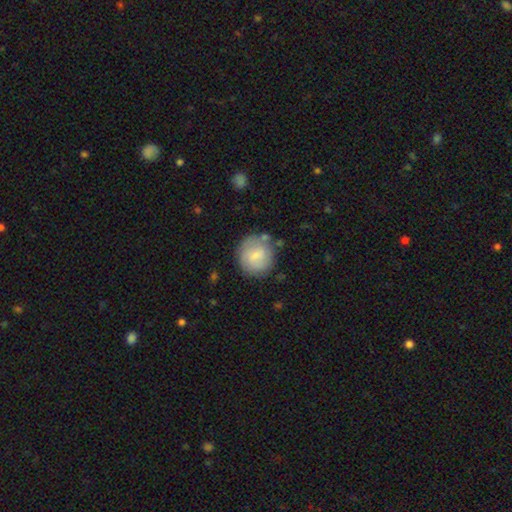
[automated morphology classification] Smooth or featured? smooth (70%)
How rounded? round (90%)
Merging? none (71%)